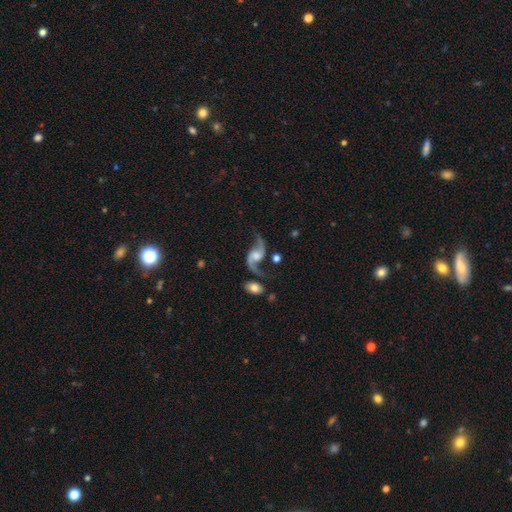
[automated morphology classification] smooth_or_featured: featured or disk (p=0.90) [alt: star or artifact p=0.05]
disk_edge_on: no (p=0.97) [alt: yes p=0.03]
bar: no (p=0.56) [alt: weak p=0.33]
has_spiral_arms: yes (p=0.97) [alt: no p=0.03]
spiral_winding: loose (p=0.85) [alt: medium p=0.12]
spiral_arm_count: 2 (p=0.94) [alt: 1 p=0.02]
bulge_size: moderate (p=0.39) [alt: small p=0.27]
merging: none (p=0.67) [alt: minor disturbance p=0.15]